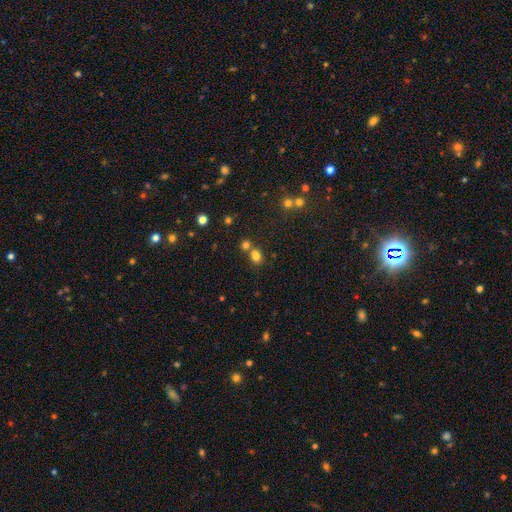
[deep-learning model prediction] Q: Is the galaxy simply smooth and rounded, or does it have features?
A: smooth — 77%.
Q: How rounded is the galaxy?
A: round — 59%.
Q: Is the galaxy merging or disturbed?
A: none — 55%.